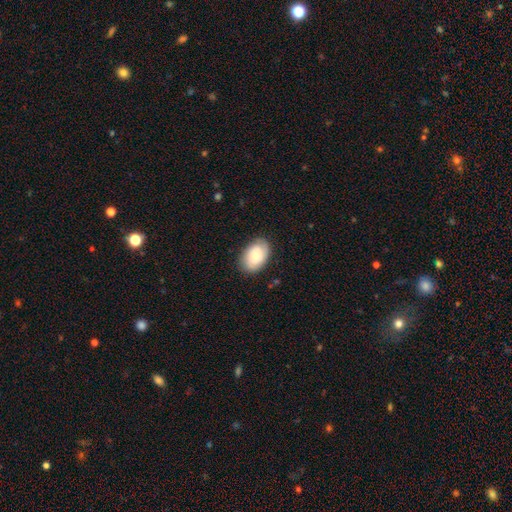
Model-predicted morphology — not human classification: The model was most divided on "smooth or featured": smooth: 72%, featured or disk: 21%, star or artifact: 7%. More confident: how rounded — in between (89%); merging — none (80%).